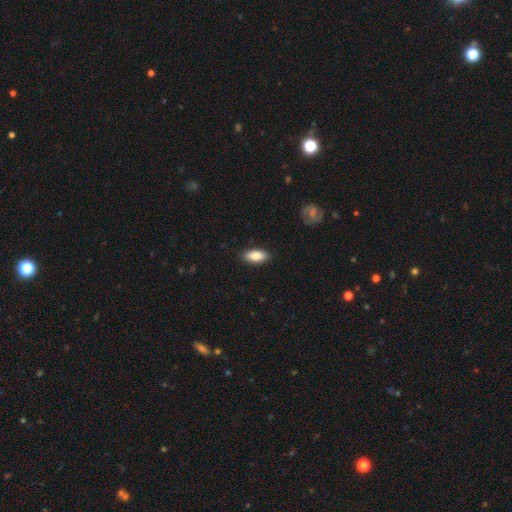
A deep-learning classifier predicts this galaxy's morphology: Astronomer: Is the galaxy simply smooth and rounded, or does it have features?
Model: smooth — 85%.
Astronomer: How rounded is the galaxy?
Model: in between — 89%.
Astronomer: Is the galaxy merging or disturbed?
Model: none — 88%.